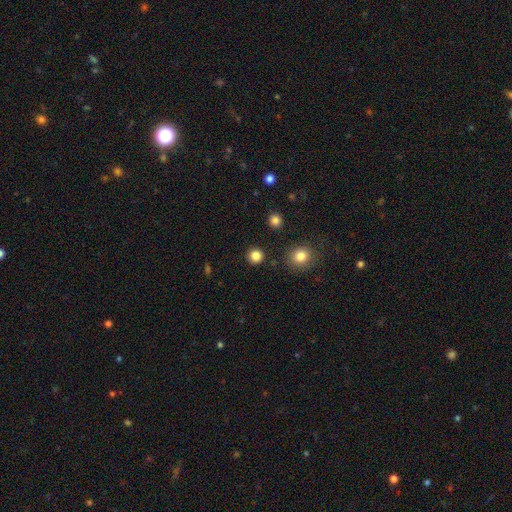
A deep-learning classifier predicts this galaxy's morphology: A smooth galaxy with no disk features (85%) that is round (94%).

Vote fractions:
- Smooth or featured? smooth: 85% / star or artifact: 12% / featured or disk: 3%
- How rounded? round: 94% / in between: 5% / cigar-shaped: 1%
- Merging? none: 90% / minor disturbance: 5% / major disturbance: 2% / merger: 2%